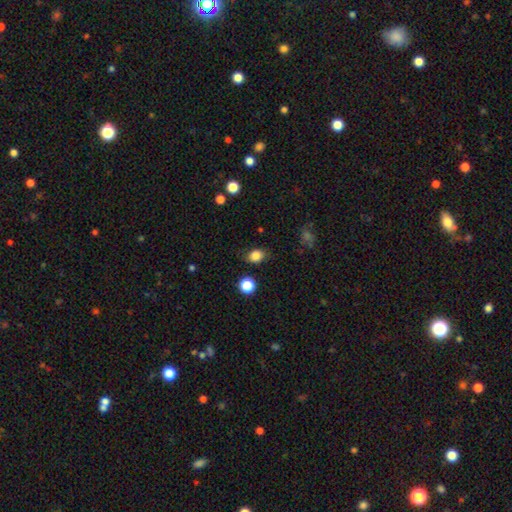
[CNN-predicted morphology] type=smooth (84%); roundness=round (52%); merging=none (79%).